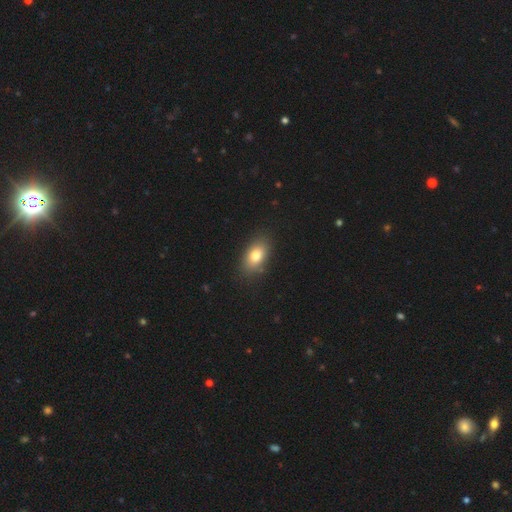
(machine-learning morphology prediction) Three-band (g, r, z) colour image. It shows a smooth galaxy with no disk features (79%) that is in between round and cigar-shaped (87%). Merging: none (85%).